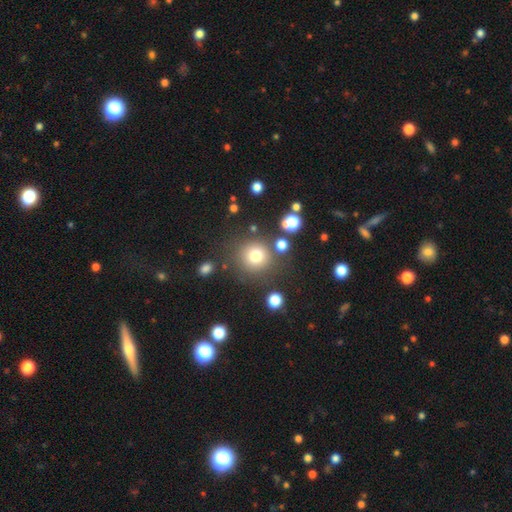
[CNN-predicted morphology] Smooth or featured? smooth (76%)
How rounded? round (93%)
Merging? none (79%)